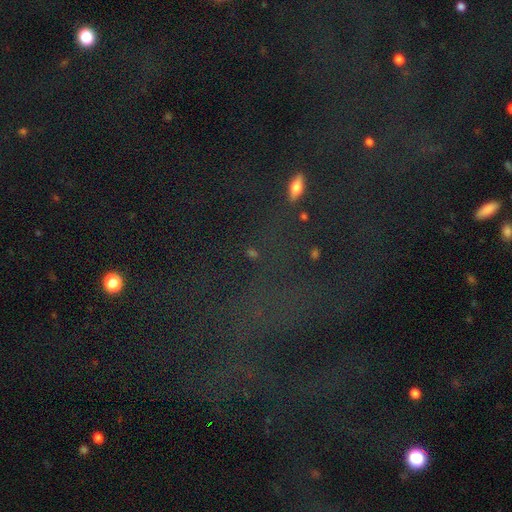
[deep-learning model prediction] Smooth or featured? Predicted: star or artifact (p=0.70).